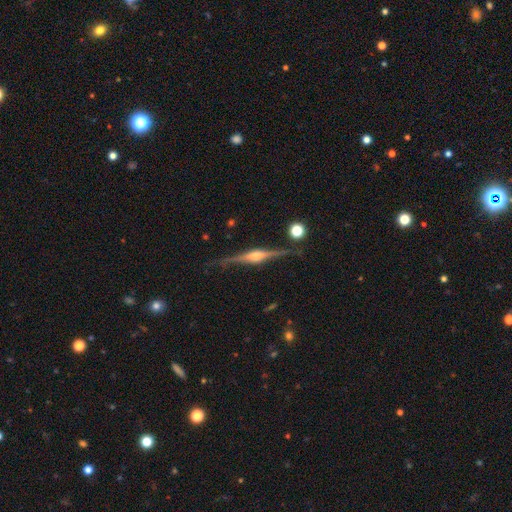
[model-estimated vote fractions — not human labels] Morphology: type=featured or disk (87%); edge-on=yes (98%); edge-on bulge=rounded (84%); merging=none (85%).